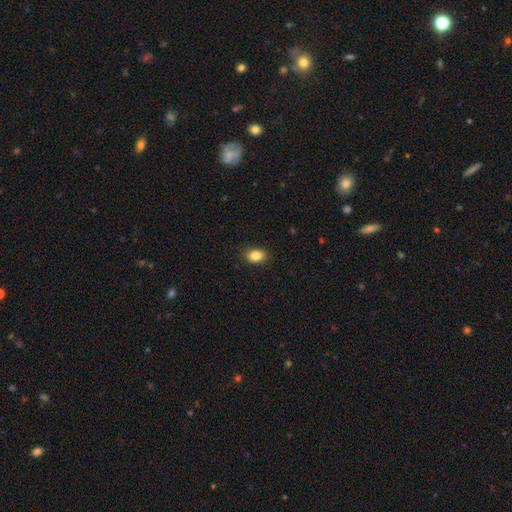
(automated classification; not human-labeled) This appears to be a smooth galaxy with no disk features (86%) that is in between round and cigar-shaped (81%). Merging: none (89%).